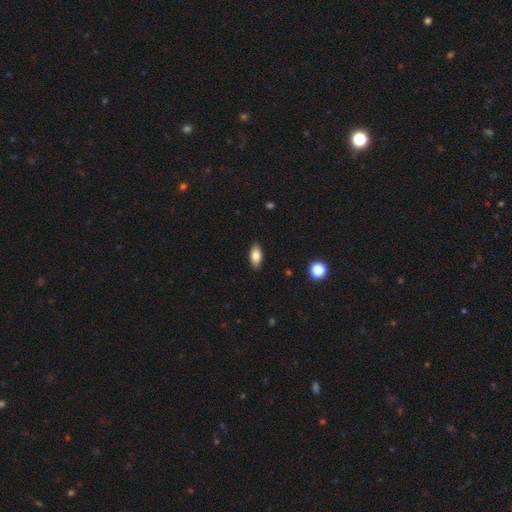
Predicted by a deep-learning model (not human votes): smooth 83%, featured or disk 9%, star or artifact 8%. Down the decision tree: how rounded — in between (89%); merging — none (89%).